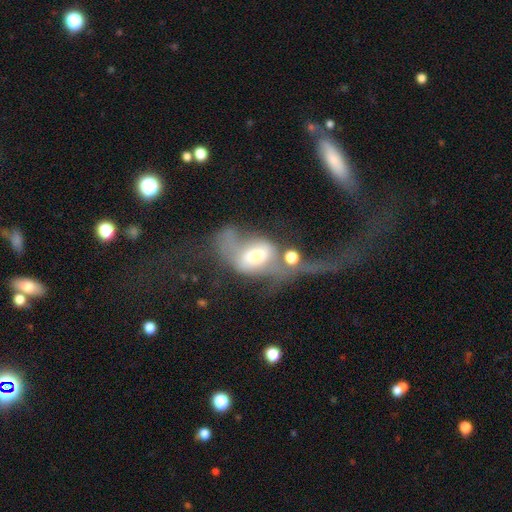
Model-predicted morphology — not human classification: smooth-or-featured: featured or disk: 52% | smooth: 38% | star or artifact: 10%
  disk-edge-on: no: 92% | yes: 8%
  merging: major disturbance: 46% | merger: 36% | none: 10% | minor disturbance: 8%